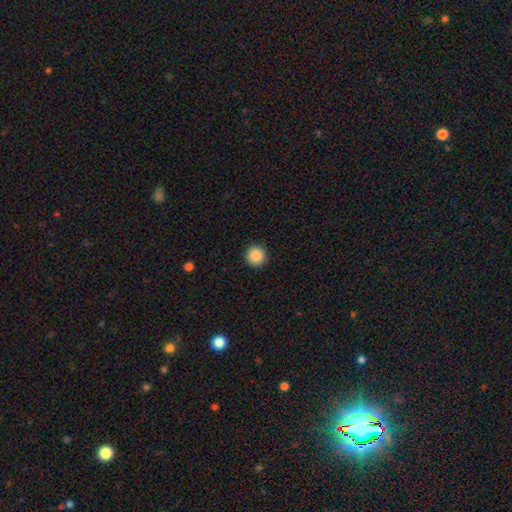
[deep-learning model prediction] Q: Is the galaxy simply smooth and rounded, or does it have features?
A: smooth — 88%.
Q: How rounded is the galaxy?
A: round — 96%.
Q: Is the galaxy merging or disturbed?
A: none — 92%.